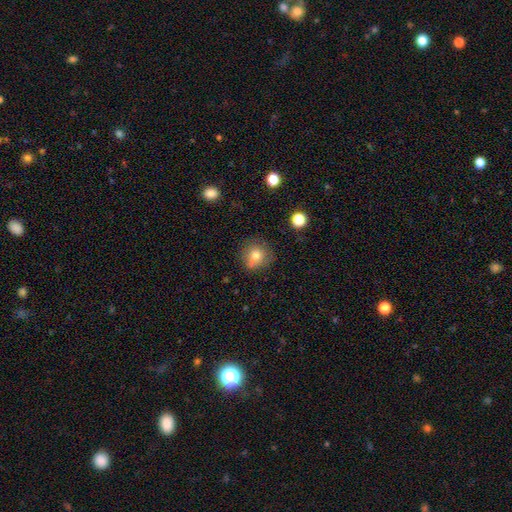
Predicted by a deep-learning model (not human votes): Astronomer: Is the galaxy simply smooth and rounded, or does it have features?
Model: smooth — 75%.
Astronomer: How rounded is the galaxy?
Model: round — 84%.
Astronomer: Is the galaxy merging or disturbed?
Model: none — 68%.